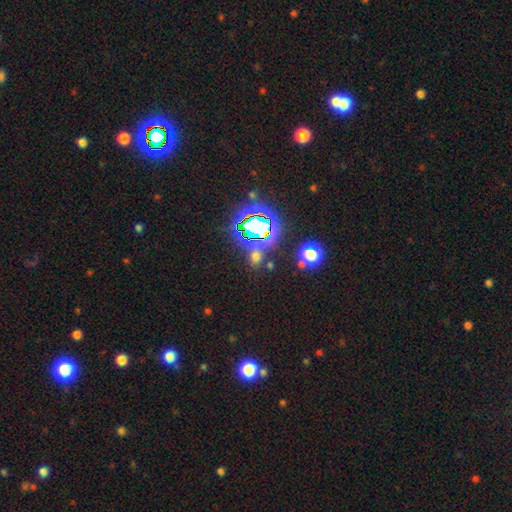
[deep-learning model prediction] This is possibly a star or artifact rather than a galaxy (51%).